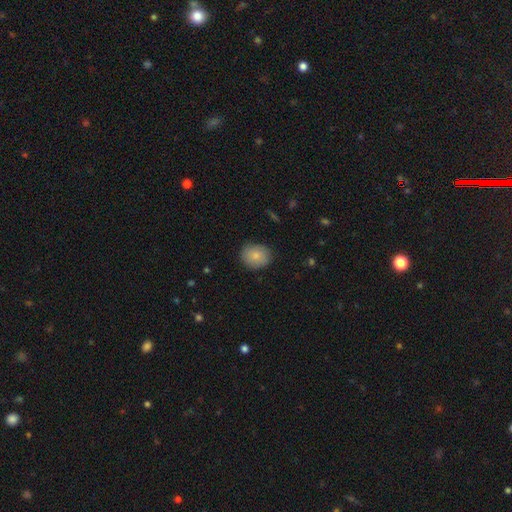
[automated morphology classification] This appears to be a smooth galaxy with no disk features (83%) that is round (58%). Merging: none (84%).